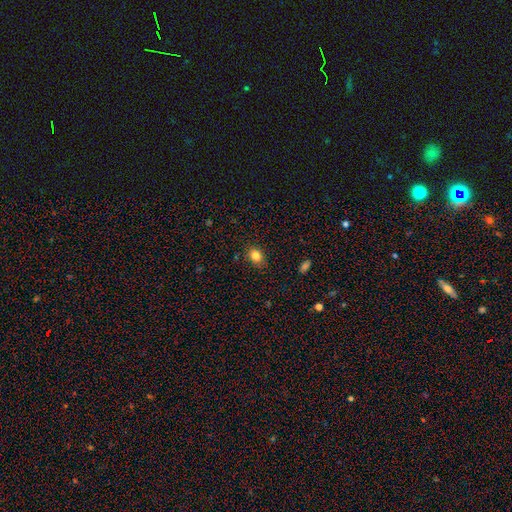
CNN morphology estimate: A smooth galaxy with no disk features (83%) that is in between round and cigar-shaped (52%). Merging: none (85%).